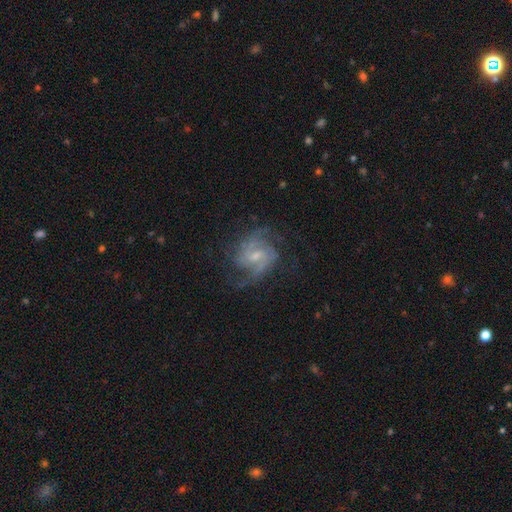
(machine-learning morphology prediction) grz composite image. It shows a featured or disk galaxy (87%) with a weak bar (56%), 2 (60%) medium (51%) spiral arms (96%) and a small central bulge (56%). Merging: none (67%).